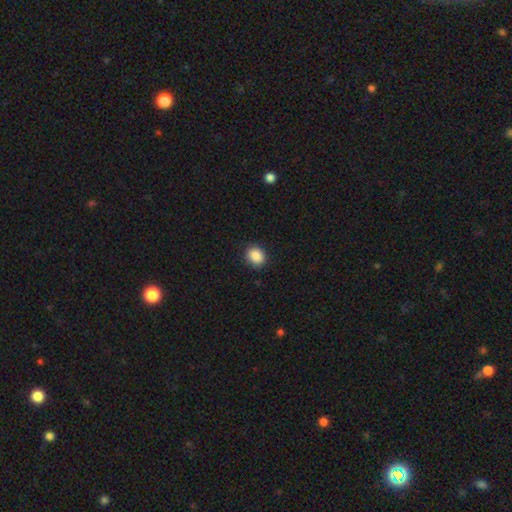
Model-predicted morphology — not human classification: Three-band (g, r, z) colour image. It shows a smooth galaxy with no disk features (89%) that is round (60%). Merging: none (89%).